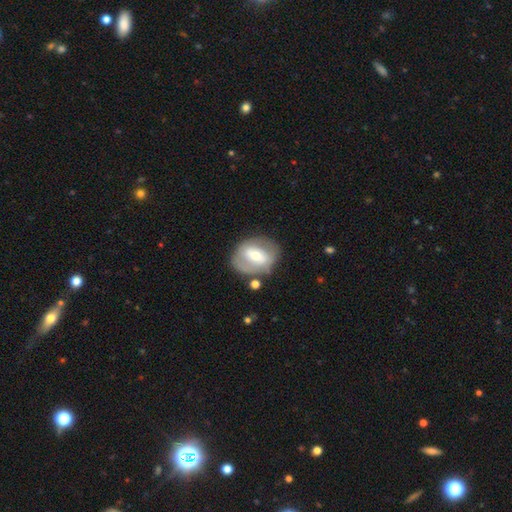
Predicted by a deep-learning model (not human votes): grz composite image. It shows a featured or disk galaxy (52%). Merging: none (67%).